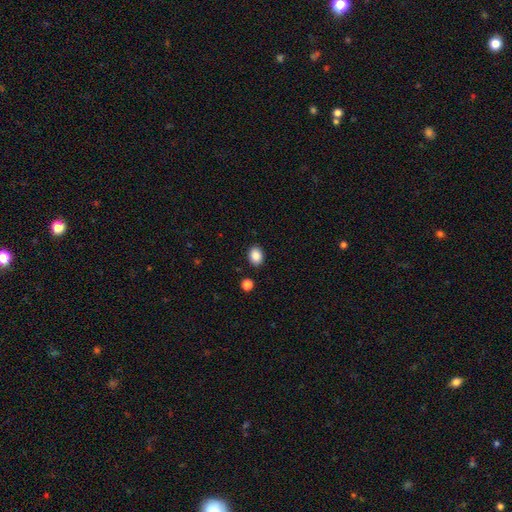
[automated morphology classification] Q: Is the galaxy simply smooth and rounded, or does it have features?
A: smooth — 88%.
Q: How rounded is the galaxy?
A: in between — 66%.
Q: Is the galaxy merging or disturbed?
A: none — 88%.